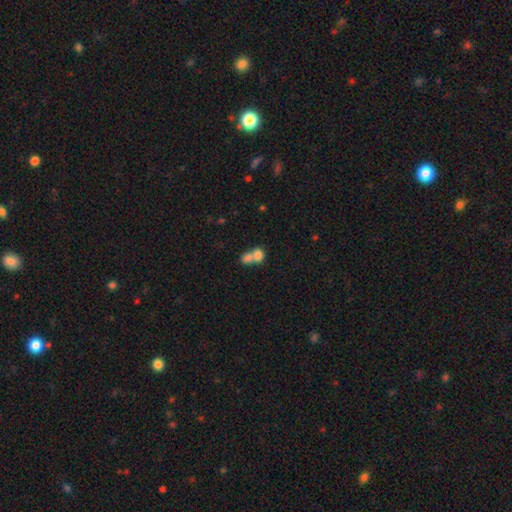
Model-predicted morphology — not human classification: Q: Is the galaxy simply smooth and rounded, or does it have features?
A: smooth — 78%.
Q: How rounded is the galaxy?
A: in between — 51%.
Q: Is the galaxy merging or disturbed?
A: merger — 73%.